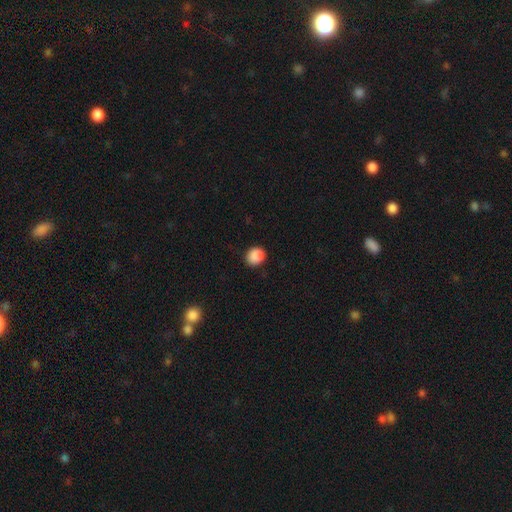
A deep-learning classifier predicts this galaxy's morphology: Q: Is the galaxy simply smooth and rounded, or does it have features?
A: smooth — 89%.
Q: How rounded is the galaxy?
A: round — 76%.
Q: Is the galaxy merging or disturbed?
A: none — 90%.